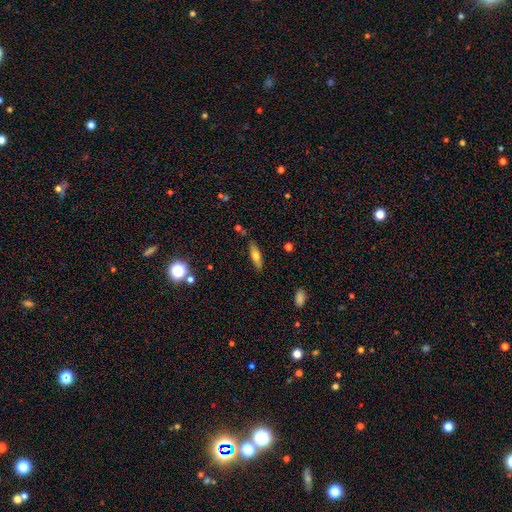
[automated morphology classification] smooth-or-featured: smooth: 60% | featured or disk: 32% | star or artifact: 8%
  how-rounded: cigar-shaped: 57% | in between: 40% | round: 3%
  merging: none: 83% | minor disturbance: 12% | merger: 3% | major disturbance: 3%